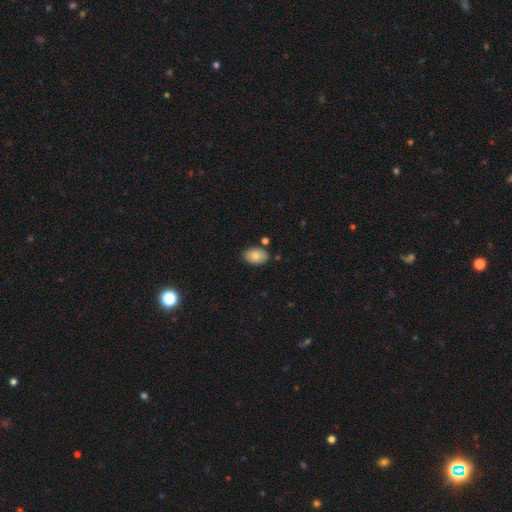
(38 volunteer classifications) Morphology: type=smooth (87%); roundness=in between (94%); merging=none (89%).